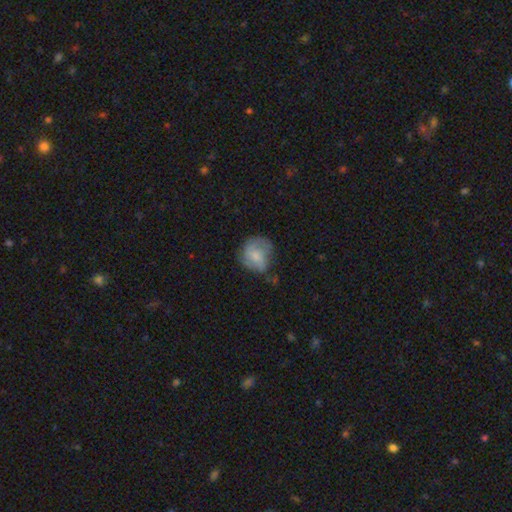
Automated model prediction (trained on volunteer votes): A smooth galaxy with no disk features (59%) that is round (74%).

Vote fractions:
- Smooth or featured? smooth: 59% / featured or disk: 34% / star or artifact: 8%
- How rounded? round: 74% / in between: 25% / cigar-shaped: 1%
- Merging? none: 49% / minor disturbance: 31% / major disturbance: 17% / merger: 3%